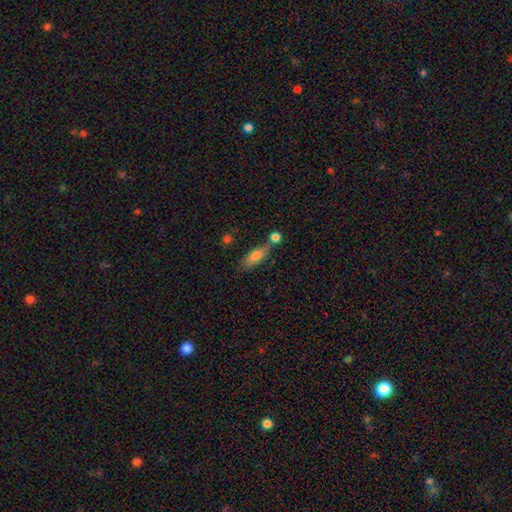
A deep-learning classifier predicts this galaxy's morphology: smooth-or-featured: smooth: 78% | featured or disk: 15% | star or artifact: 7%
  how-rounded: in between: 67% | cigar-shaped: 29% | round: 3%
  merging: none: 54% | merger: 25% | minor disturbance: 16% | major disturbance: 5%